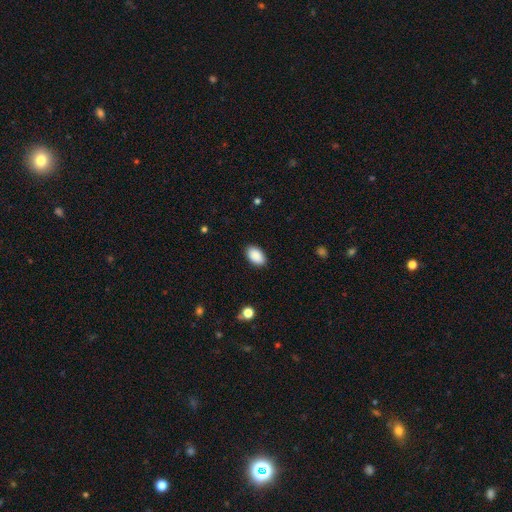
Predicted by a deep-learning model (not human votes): Smooth or featured? smooth (91%)
How rounded? in between (93%)
Merging? none (88%)